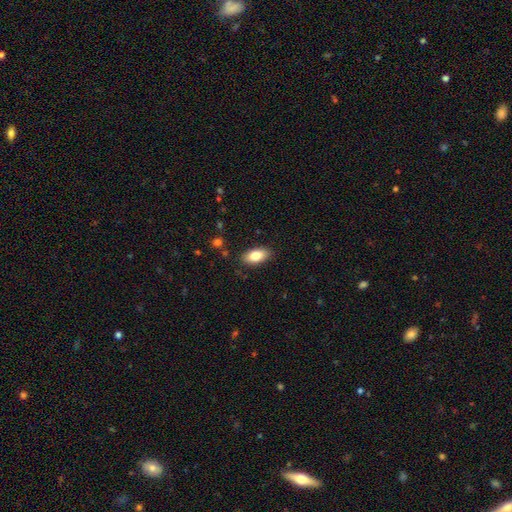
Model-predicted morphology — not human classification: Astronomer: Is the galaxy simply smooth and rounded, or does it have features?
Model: smooth — 81%.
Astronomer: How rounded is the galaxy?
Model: in between — 91%.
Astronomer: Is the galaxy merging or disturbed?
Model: none — 87%.